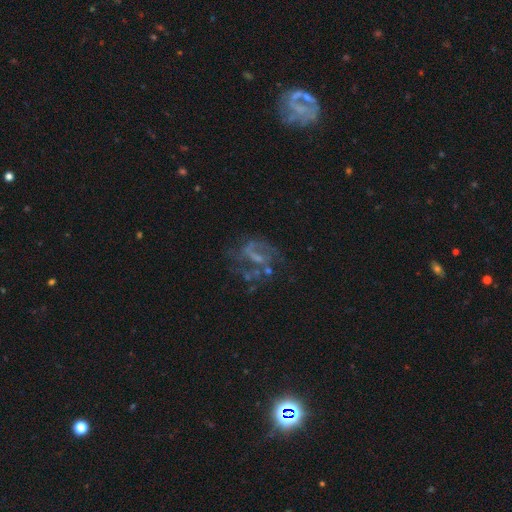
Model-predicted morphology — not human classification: Smooth or featured? Predicted: featured or disk (p=0.72). Edge-on disk? Predicted: no (p=0.97). Bar? Predicted: weak (p=0.45). Spiral arms? Predicted: yes (p=0.74). Spiral winding? Predicted: loose (p=0.44). Spiral arm count? Predicted: 2 (p=0.62). Bulge size? Predicted: none (p=0.44). Merging? Predicted: none (p=0.47).